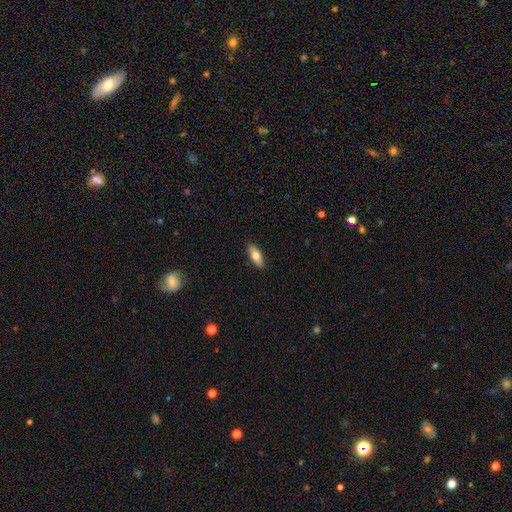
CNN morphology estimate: smooth_or_featured: smooth (p=0.75) [alt: featured or disk p=0.19]
how_rounded: in between (p=0.72) [alt: cigar-shaped p=0.25]
merging: none (p=0.89) [alt: minor disturbance p=0.08]